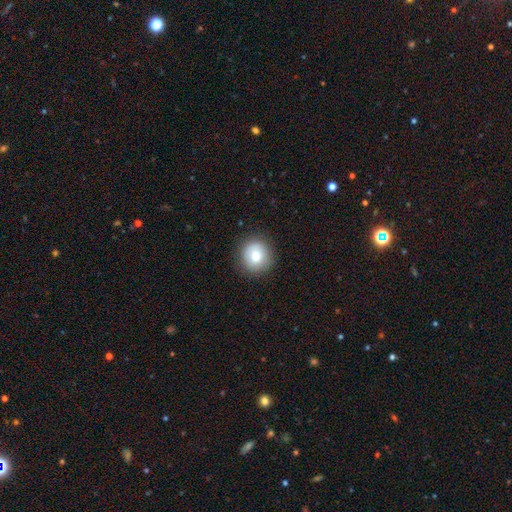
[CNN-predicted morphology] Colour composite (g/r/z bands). It shows a smooth galaxy with no disk features (76%) that is round (92%). Merging: none (89%).